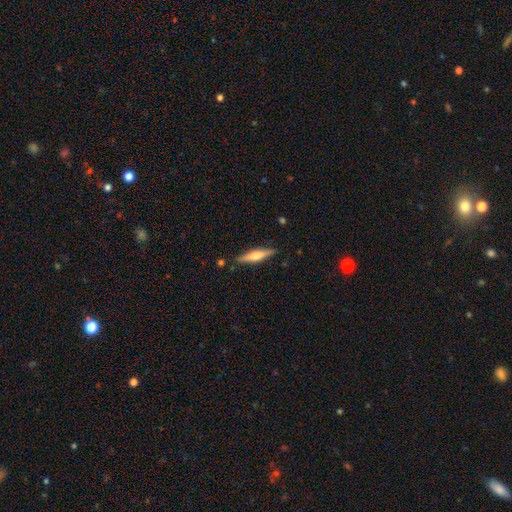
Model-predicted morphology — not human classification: Smooth or featured?
  - smooth: 49% *
  - featured or disk: 46%
  - star or artifact: 6%
Merging?
  - none: 87% *
  - minor disturbance: 10%
  - major disturbance: 2%
  - merger: 2%